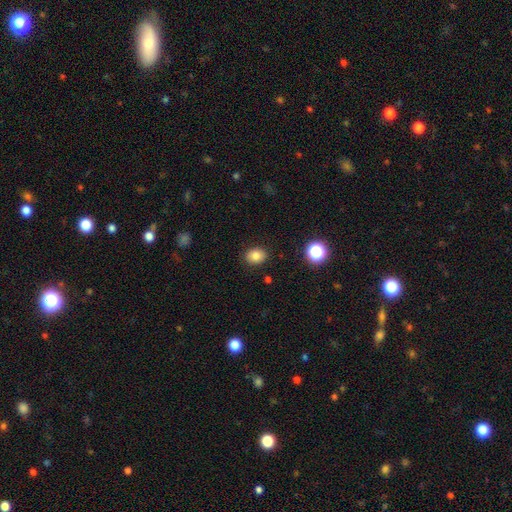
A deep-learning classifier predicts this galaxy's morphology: Overall: smooth (82%). How rounded: in between (50%; round 49%). Merging: none (88%).